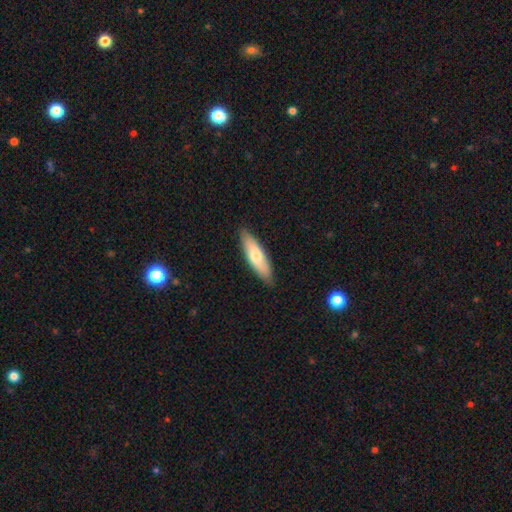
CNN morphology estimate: smooth_or_featured: smooth (p=0.68) [alt: featured or disk p=0.26]
how_rounded: cigar-shaped (p=0.58) [alt: in between p=0.40]
merging: none (p=0.87) [alt: minor disturbance p=0.11]